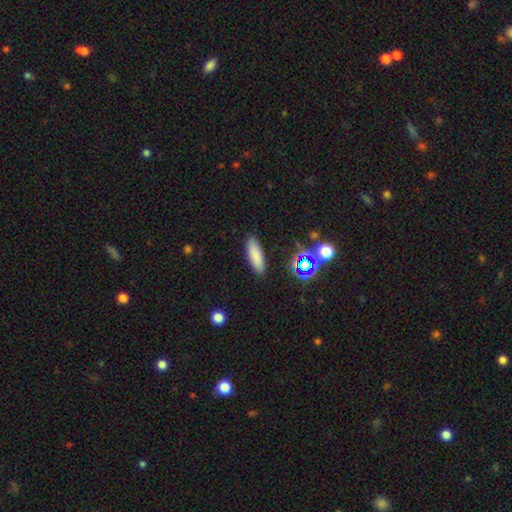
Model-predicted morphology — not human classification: A smooth galaxy with no disk features (81%) that is in between round and cigar-shaped (52%). Merging: none (88%).